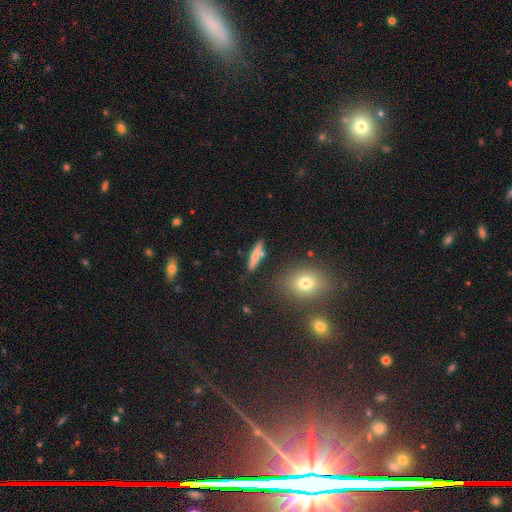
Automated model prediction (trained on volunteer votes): Morphology: type=smooth (59%); roundness=cigar-shaped (76%); merging=none (79%).